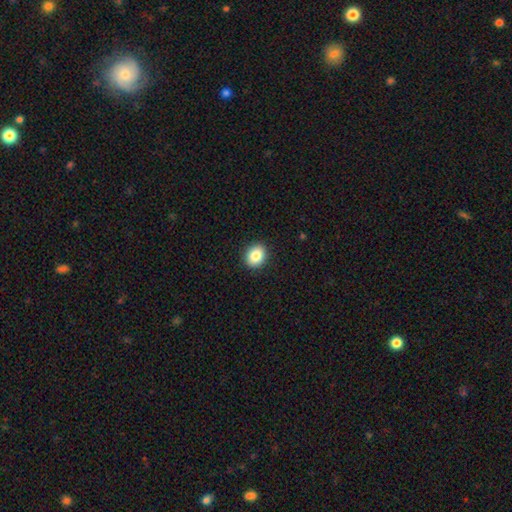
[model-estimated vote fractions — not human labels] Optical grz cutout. It shows a smooth galaxy with no disk features (85%) that is round (58%). Merging: none (91%).